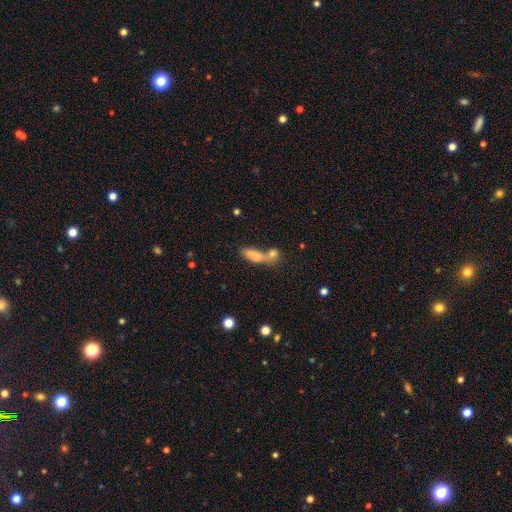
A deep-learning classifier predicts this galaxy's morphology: This appears to be a smooth galaxy with no disk features (79%) that is in between round and cigar-shaped (66%). Merging: merger (55%).